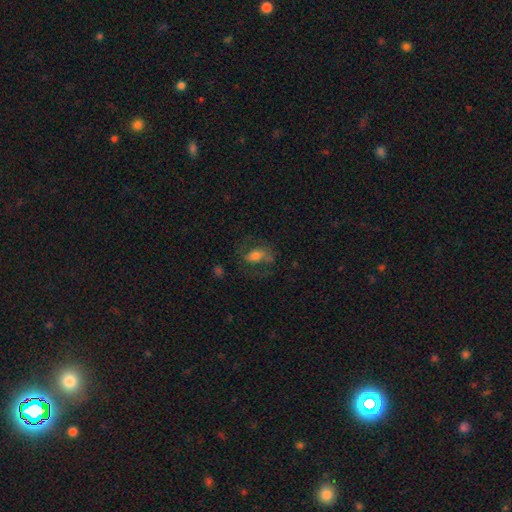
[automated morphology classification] This appears to be a smooth galaxy with no disk features (47%). Merging: none (55%).